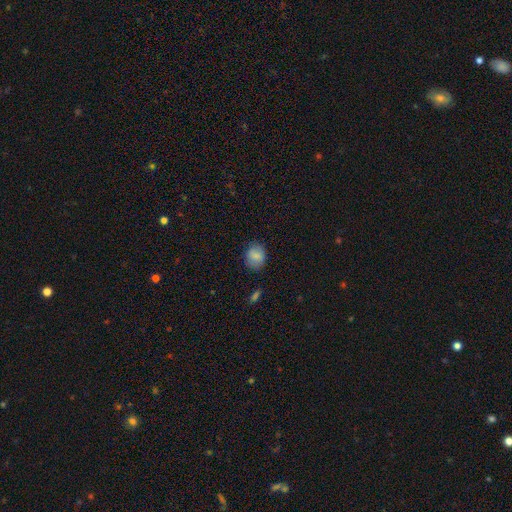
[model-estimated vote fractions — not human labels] The model was most divided on "how rounded": round: 56%, in between: 42%, cigar-shaped: 1%. More confident: smooth or featured — smooth (82%); merging — none (78%).